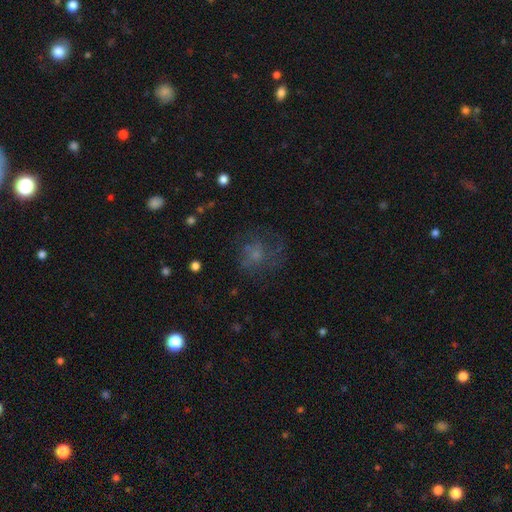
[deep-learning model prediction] This is marginally a smooth galaxy (44%). Merging: possibly none (54%).